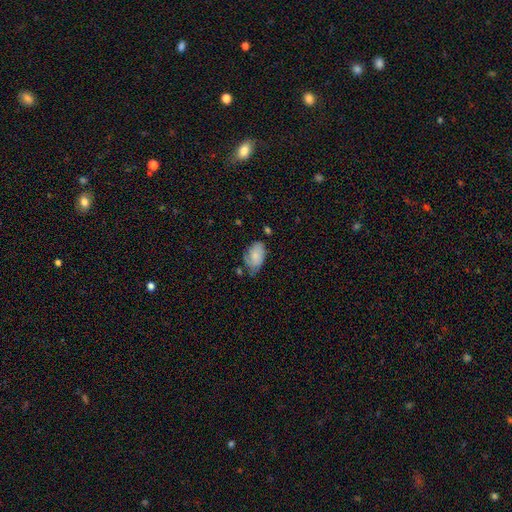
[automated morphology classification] Smooth or featured: smooth — 67% (featured or disk — 26%)
How rounded: in between — 90% (round — 9%)
Merging: none — 44% (minor disturbance — 38%)